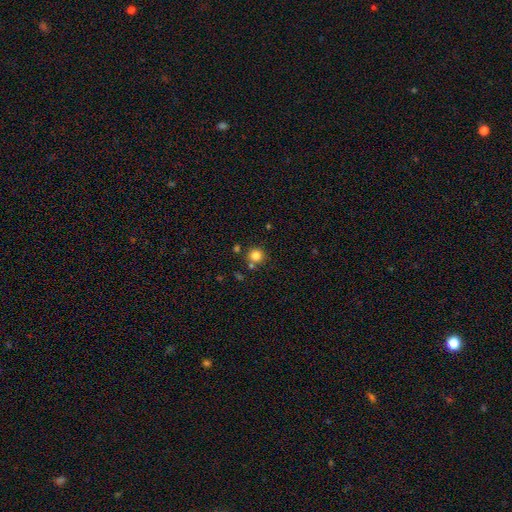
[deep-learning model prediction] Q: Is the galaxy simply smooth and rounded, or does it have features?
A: smooth — 82%.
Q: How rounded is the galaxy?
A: round — 93%.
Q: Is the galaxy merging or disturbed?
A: none — 78%.